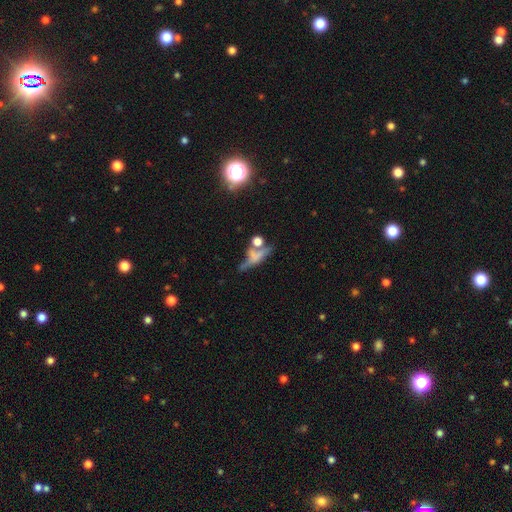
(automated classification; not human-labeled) Smooth or featured? Predicted: smooth (p=0.46). Merging? Predicted: none (p=0.42).